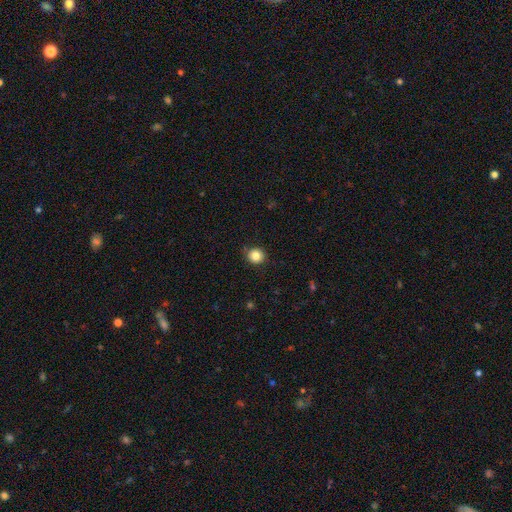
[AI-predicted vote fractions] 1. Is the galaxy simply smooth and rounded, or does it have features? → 83% smooth, 11% star or artifact, 6% featured or disk.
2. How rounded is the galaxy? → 89% round, 10% in between, 1% cigar-shaped.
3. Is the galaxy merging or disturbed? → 88% none, 9% minor disturbance, 2% major disturbance, 1% merger.